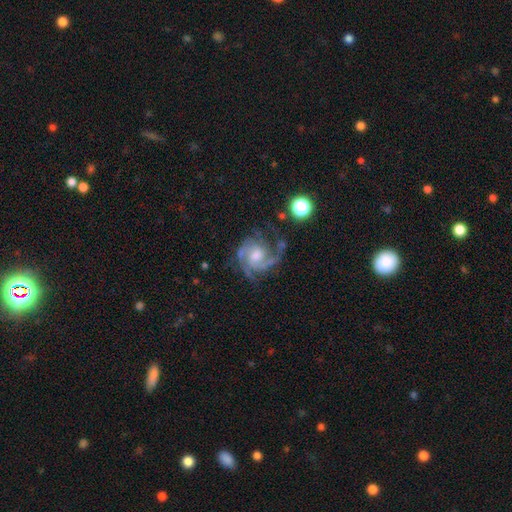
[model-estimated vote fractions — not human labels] Q: Smooth or featured?
A: featured or disk (88%); runner-up: smooth (6%)
Q: Edge-on disk?
A: no (98%); runner-up: yes (2%)
Q: Bar?
A: no (63%); runner-up: weak (31%)
Q: Spiral arms?
A: yes (97%); runner-up: no (3%)
Q: Spiral winding?
A: medium (46%); runner-up: tight (44%)
Q: Spiral arm count?
A: 3 (36%); runner-up: 2 (34%)
Q: Bulge size?
A: moderate (57%); runner-up: small (27%)
Q: Merging?
A: none (61%); runner-up: minor disturbance (20%)